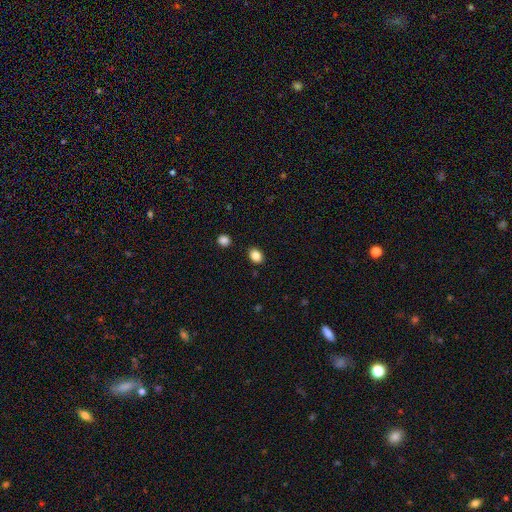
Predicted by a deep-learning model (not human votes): This is clearly a smooth galaxy (86%). How rounded: likely in between (64%). Merging: clearly none (87%).